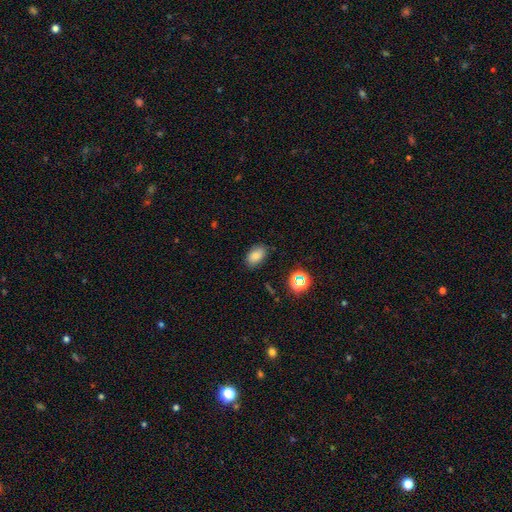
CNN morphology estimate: smooth 82%, star or artifact 12%, featured or disk 6%. Down the decision tree: how rounded — in between (88%); merging — none (84%).